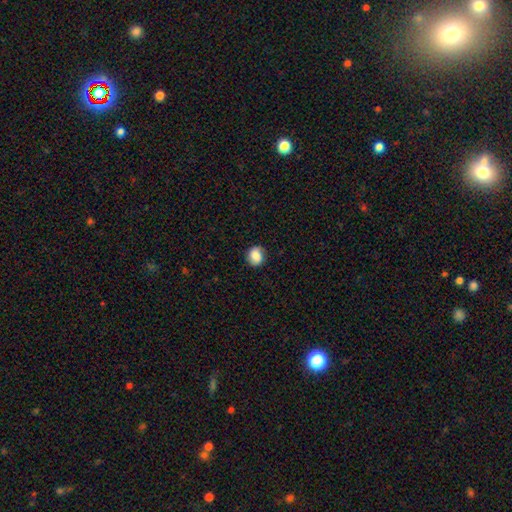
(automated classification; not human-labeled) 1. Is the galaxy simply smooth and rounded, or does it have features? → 83% smooth, 9% star or artifact, 9% featured or disk.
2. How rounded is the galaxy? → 70% round, 29% in between, 1% cigar-shaped.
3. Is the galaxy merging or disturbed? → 82% none, 14% minor disturbance, 3% major disturbance, 1% merger.